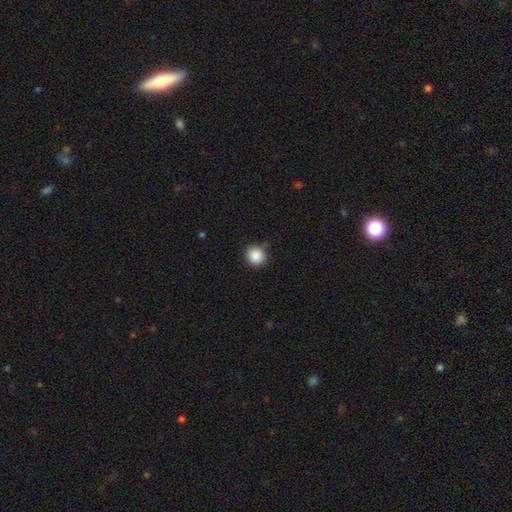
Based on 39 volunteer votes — smooth_or_featured: smooth (p=0.95) [alt: star or artifact p=0.05]
how_rounded: round (p=0.95) [alt: in between p=0.05]
merging: none (p=0.70) [alt: minor disturbance p=0.24]